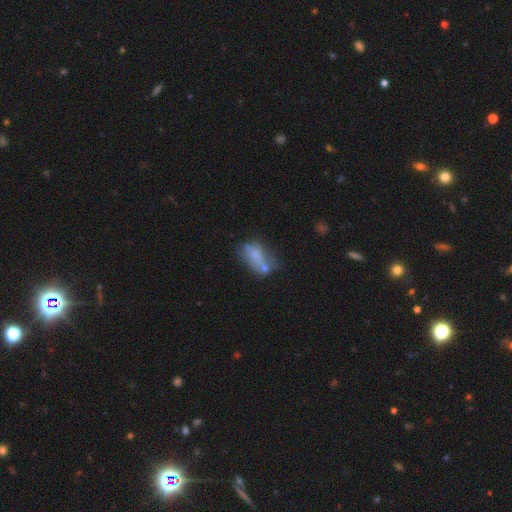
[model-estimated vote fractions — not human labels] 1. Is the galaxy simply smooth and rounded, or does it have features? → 57% smooth, 31% featured or disk, 11% star or artifact.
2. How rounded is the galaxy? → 83% in between, 10% cigar-shaped, 7% round.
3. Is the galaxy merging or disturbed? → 31% merger, 28% none, 21% minor disturbance, 20% major disturbance.